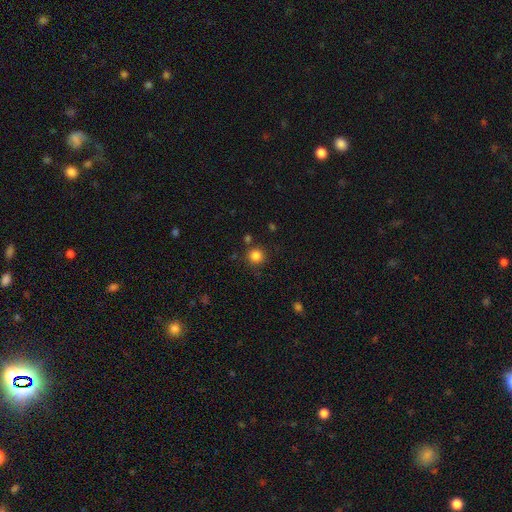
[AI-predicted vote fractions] Overall: smooth (83%). How rounded: round (94%). Merging: none (85%).